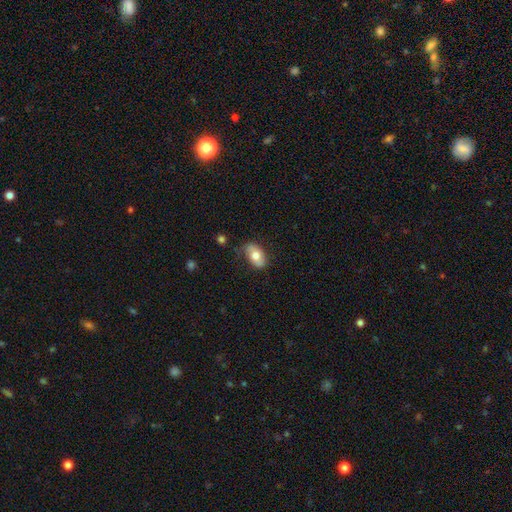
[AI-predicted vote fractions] A smooth galaxy with no disk features (71%) that is in between round and cigar-shaped (91%).

Vote fractions:
- Smooth or featured? smooth: 71% / featured or disk: 22% / star or artifact: 7%
- How rounded? in between: 91% / round: 7% / cigar-shaped: 2%
- Merging? none: 69% / minor disturbance: 23% / major disturbance: 6% / merger: 2%